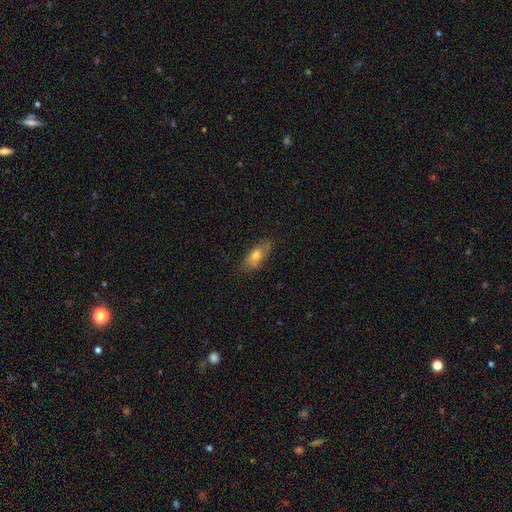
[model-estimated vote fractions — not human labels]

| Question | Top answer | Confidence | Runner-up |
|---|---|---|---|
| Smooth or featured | smooth | 61% | featured or disk (30%) |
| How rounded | in between | 71% | cigar-shaped (24%) |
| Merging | none | 73% | minor disturbance (20%) |